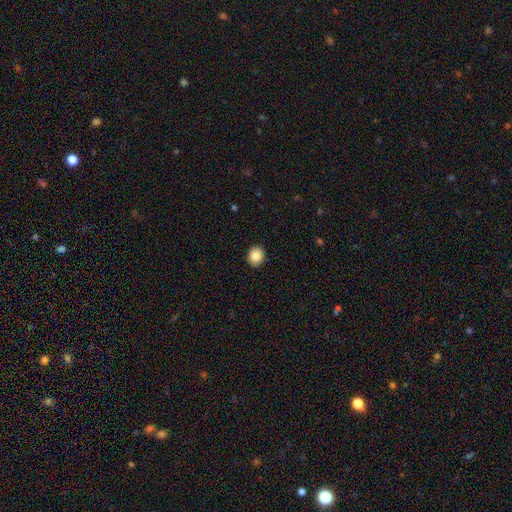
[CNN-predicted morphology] smooth-or-featured: smooth: 87% | star or artifact: 8% | featured or disk: 4%
  how-rounded: round: 64% | in between: 36% | cigar-shaped: 1%
  merging: none: 91% | minor disturbance: 7% | major disturbance: 2% | merger: 1%